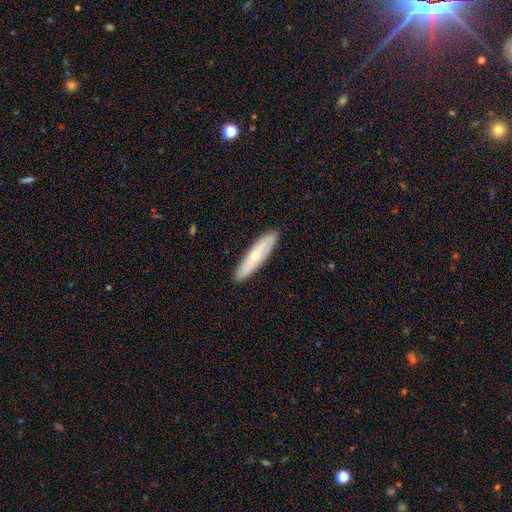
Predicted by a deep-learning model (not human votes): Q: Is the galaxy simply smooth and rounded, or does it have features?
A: smooth — 51%.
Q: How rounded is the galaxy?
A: cigar-shaped — 84%.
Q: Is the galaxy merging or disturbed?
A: none — 89%.